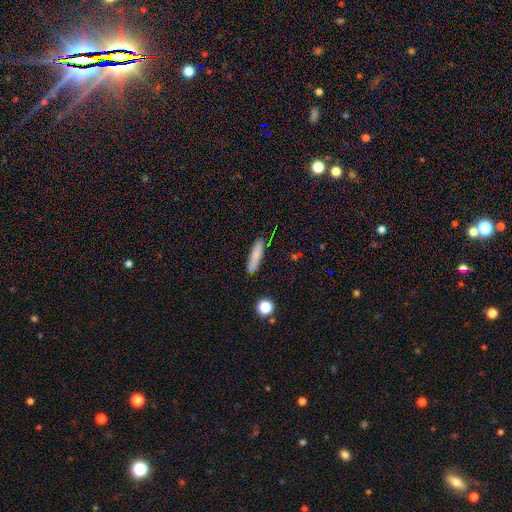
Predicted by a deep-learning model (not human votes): smooth-or-featured: smooth: 78% | featured or disk: 13% | star or artifact: 9%
  how-rounded: cigar-shaped: 77% | in between: 20% | round: 2%
  merging: none: 81% | minor disturbance: 14% | major disturbance: 3% | merger: 2%